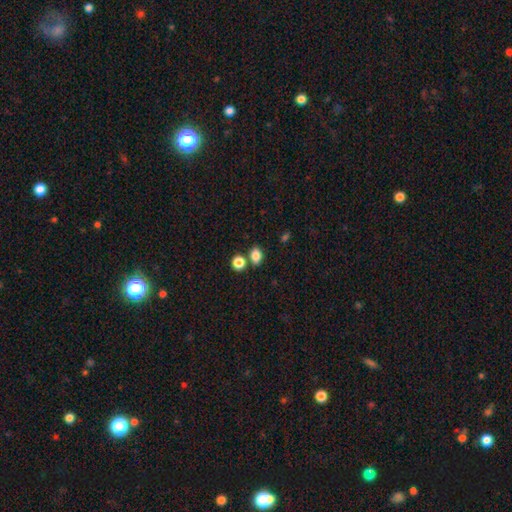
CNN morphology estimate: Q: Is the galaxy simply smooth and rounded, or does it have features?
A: smooth — 83%.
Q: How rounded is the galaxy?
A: in between — 67%.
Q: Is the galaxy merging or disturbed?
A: none — 68%.